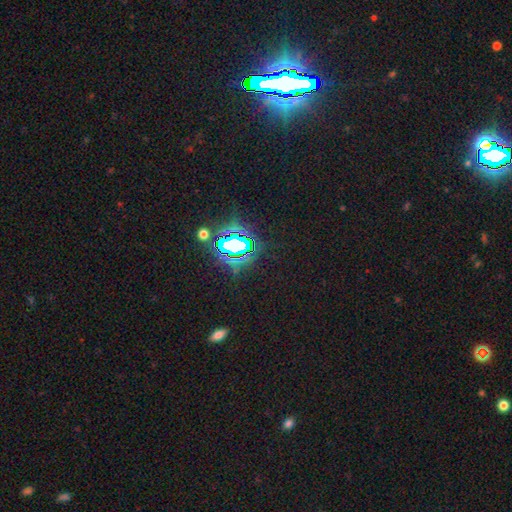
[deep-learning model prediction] smooth_or_featured: star or artifact (p=0.85) [alt: smooth p=0.08]